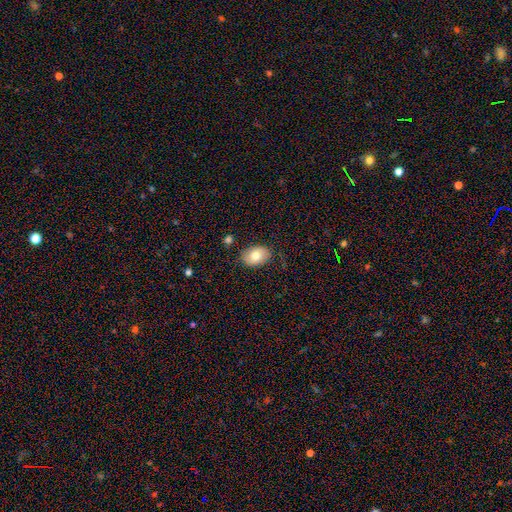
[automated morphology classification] Smooth or featured? Predicted: smooth (p=0.77). How rounded? Predicted: in between (p=0.80). Merging? Predicted: none (p=0.80).